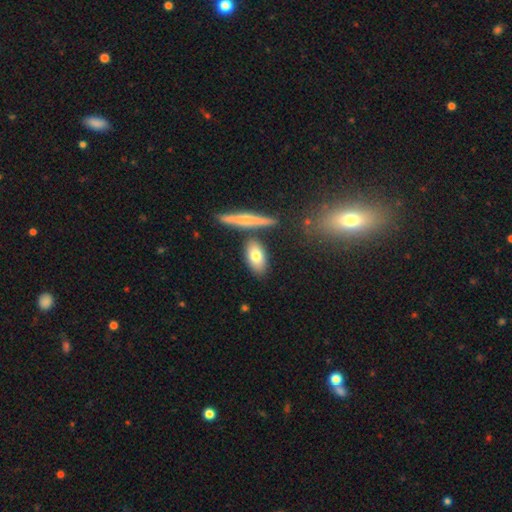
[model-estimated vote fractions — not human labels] Q: Smooth or featured?
A: smooth (76%); runner-up: featured or disk (18%)
Q: How rounded?
A: in between (86%); runner-up: cigar-shaped (8%)
Q: Merging?
A: none (77%); runner-up: minor disturbance (11%)